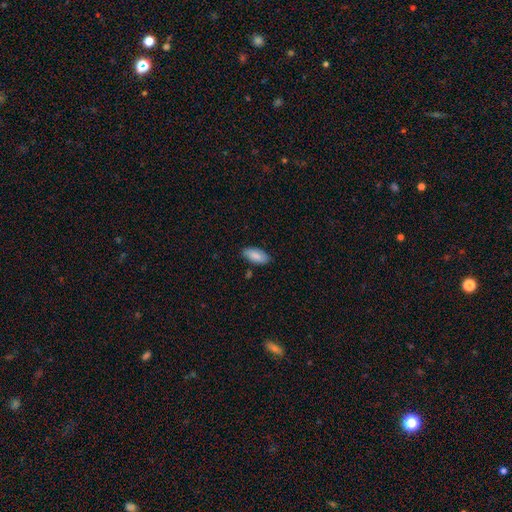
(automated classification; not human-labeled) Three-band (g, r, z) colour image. It shows a smooth galaxy with no disk features (84%) that is in between round and cigar-shaped (90%). Merging: none (80%).